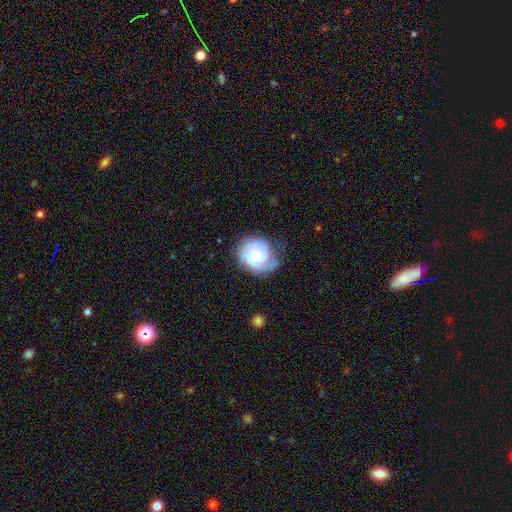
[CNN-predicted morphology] featured or disk 82%, smooth 13%, star or artifact 5%. Down the decision tree: edge-on disk — no (98%); bar — no (68%); spiral arms — yes (96%); spiral arm count — 2 (38%); spiral winding — tight (62%); bulge size — small (52%); merging — none (68%).